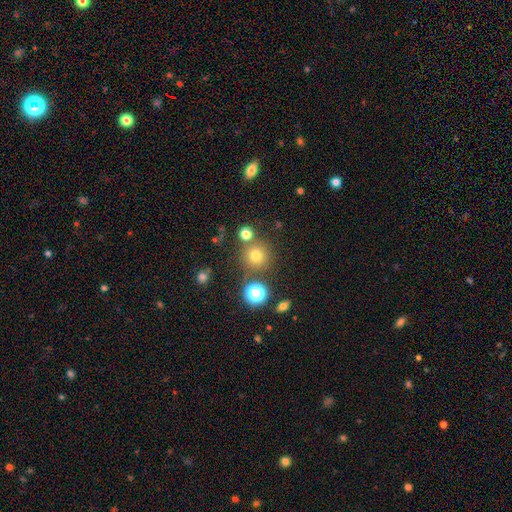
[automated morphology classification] Smooth or featured? smooth (72%)
How rounded? round (94%)
Merging? none (79%)